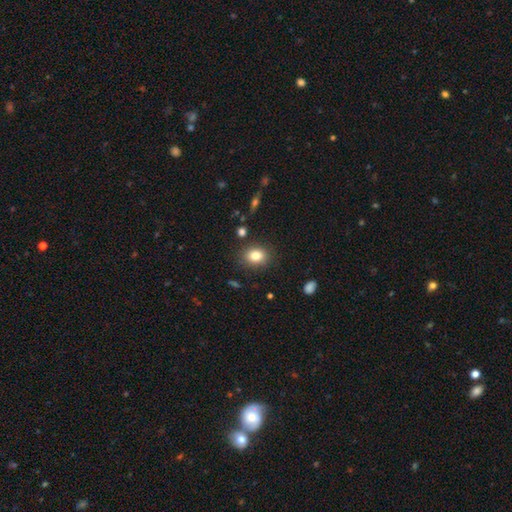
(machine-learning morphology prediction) Q: Smooth or featured?
A: smooth (82%); runner-up: star or artifact (10%)
Q: How rounded?
A: in between (51%); runner-up: round (48%)
Q: Merging?
A: none (85%); runner-up: minor disturbance (10%)